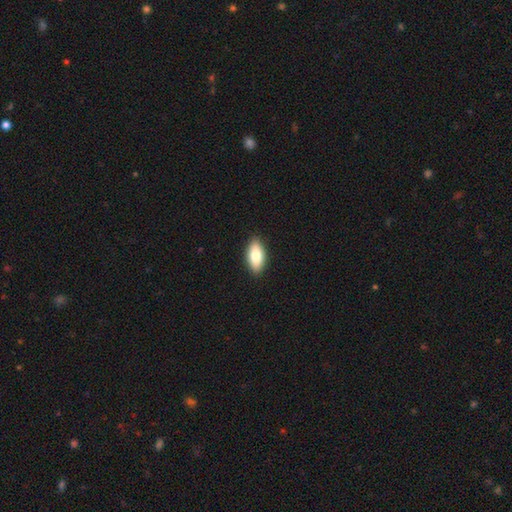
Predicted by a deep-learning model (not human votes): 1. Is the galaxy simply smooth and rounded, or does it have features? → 78% smooth, 16% featured or disk, 6% star or artifact.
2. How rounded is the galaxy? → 88% in between, 10% cigar-shaped, 3% round.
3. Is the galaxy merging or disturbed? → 90% none, 7% minor disturbance, 2% major disturbance, 1% merger.